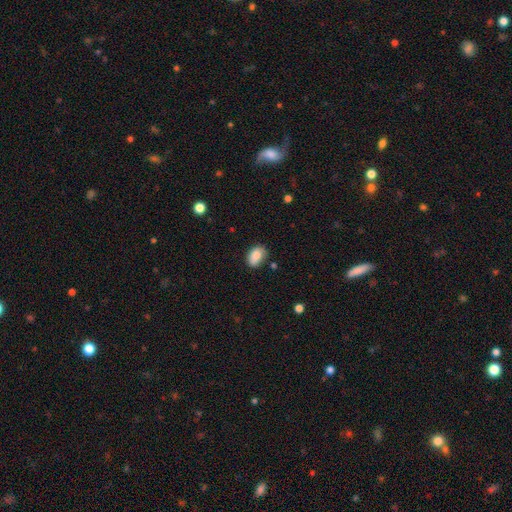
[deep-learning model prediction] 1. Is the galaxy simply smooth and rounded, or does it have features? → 83% smooth, 9% featured or disk, 8% star or artifact.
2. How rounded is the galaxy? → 82% in between, 17% round, 1% cigar-shaped.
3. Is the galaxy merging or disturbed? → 72% none, 21% minor disturbance, 4% major disturbance, 4% merger.